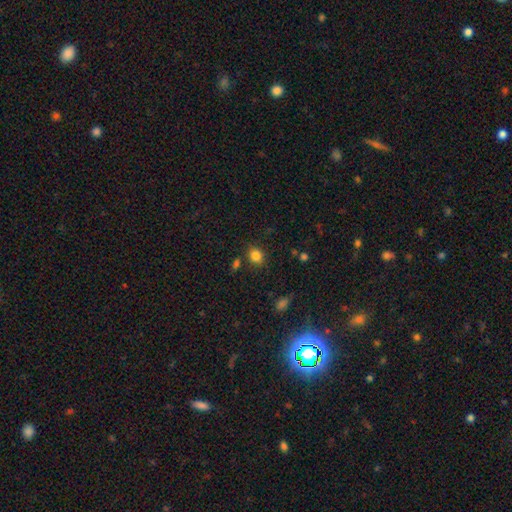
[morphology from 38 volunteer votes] Smooth or featured? 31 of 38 (82%) said smooth. How rounded? 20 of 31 (65%) said round. Merging? 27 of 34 (79%) said none.